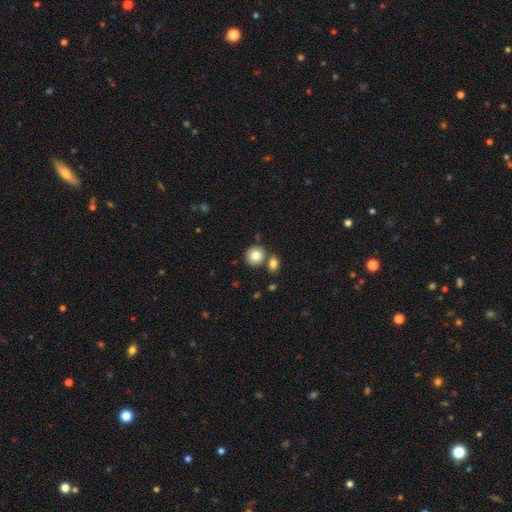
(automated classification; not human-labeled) The model was most divided on "merging": none: 68%, merger: 21%, minor disturbance: 9%, major disturbance: 3%. More confident: how rounded — round (83%); smooth or featured — smooth (82%).